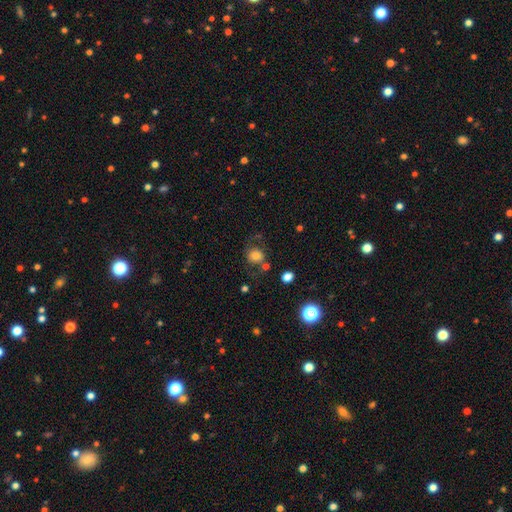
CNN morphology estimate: This appears to be a smooth galaxy with no disk features (71%) that is round (76%). Merging: none (60%).